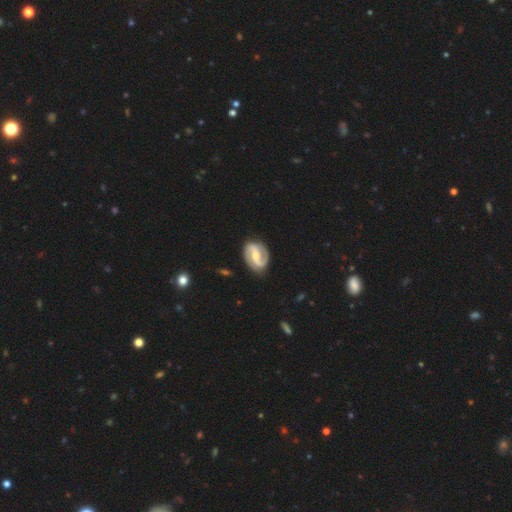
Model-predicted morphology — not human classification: Smooth or featured?
  - featured or disk: 89% *
  - smooth: 7%
  - star or artifact: 4%
Edge-on disk?
  - no: 98% *
  - yes: 2%
Bar?
  - weak: 41% *
  - strong: 37%
  - no: 22%
Spiral arms?
  - yes: 97% *
  - no: 3%
Spiral winding?
  - medium: 51% *
  - tight: 28%
  - loose: 21%
Spiral arm count?
  - 2: 93% *
  - can't tell: 2%
  - 1: 2%
  - 3: 1%
  - 4: 1%
  - more than 4: 1%
Bulge size?
  - moderate: 51% *
  - small: 40%
  - none: 4%
  - large: 4%
  - dominant: 1%
Merging?
  - none: 85% *
  - minor disturbance: 11%
  - major disturbance: 3%
  - merger: 1%